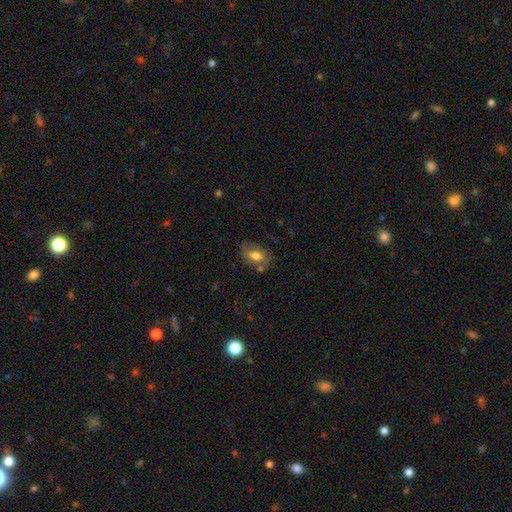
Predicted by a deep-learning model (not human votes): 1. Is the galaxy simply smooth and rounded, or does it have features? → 70% smooth, 21% featured or disk, 8% star or artifact.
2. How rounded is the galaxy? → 82% in between, 16% round, 2% cigar-shaped.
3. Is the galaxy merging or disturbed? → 65% none, 20% minor disturbance, 9% merger, 6% major disturbance.